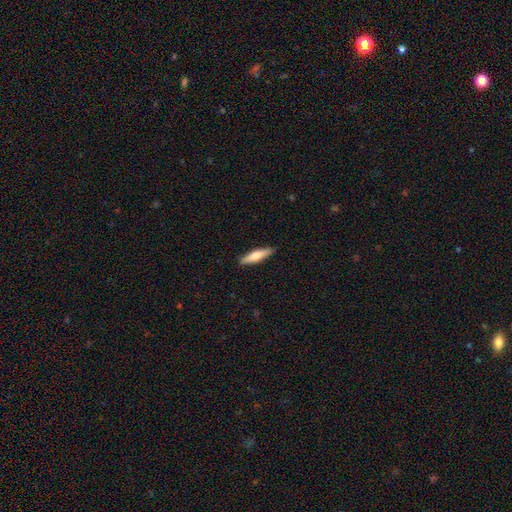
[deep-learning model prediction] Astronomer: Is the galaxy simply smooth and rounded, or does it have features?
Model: smooth — 69%.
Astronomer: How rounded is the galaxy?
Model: cigar-shaped — 77%.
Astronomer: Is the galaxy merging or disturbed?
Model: none — 89%.